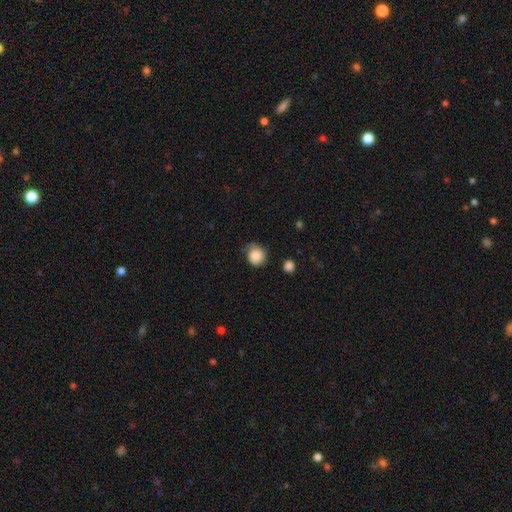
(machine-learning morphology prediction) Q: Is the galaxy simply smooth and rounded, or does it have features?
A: smooth — 84%.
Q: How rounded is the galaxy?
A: round — 81%.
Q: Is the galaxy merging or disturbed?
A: none — 55%.